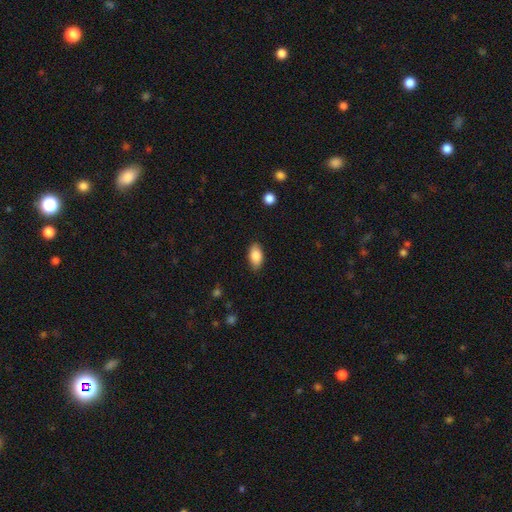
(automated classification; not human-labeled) Overall: smooth (86%). How rounded: in between (92%). Merging: none (84%).